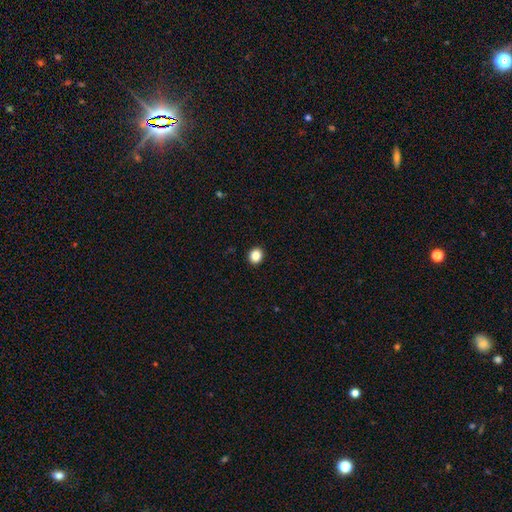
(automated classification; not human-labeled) smooth_or_featured: smooth (p=0.86) [alt: star or artifact p=0.10]
how_rounded: round (p=0.77) [alt: in between p=0.22]
merging: none (p=0.93) [alt: minor disturbance p=0.05]